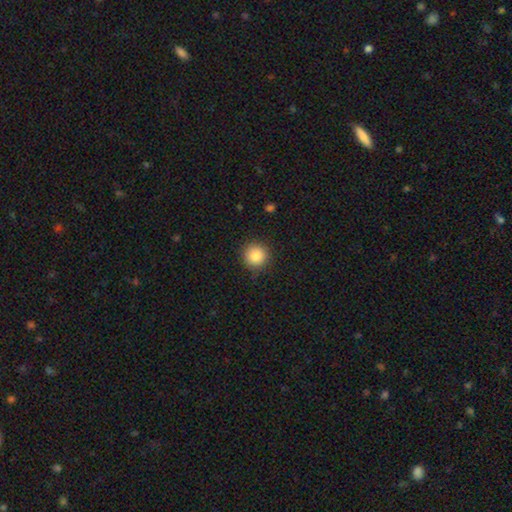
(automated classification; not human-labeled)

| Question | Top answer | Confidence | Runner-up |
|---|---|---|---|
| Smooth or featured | smooth | 85% | star or artifact (10%) |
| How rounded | round | 94% | in between (5%) |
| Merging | none | 88% | minor disturbance (9%) |